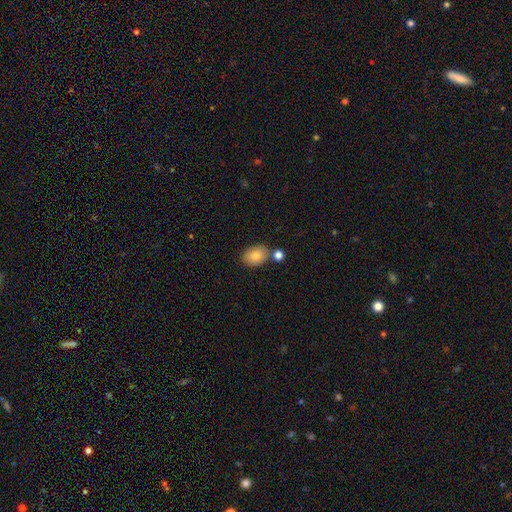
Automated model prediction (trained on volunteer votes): The model was most divided on "how rounded": in between: 77%, round: 22%, cigar-shaped: 1%. More confident: smooth or featured — smooth (83%); merging — none (71%).